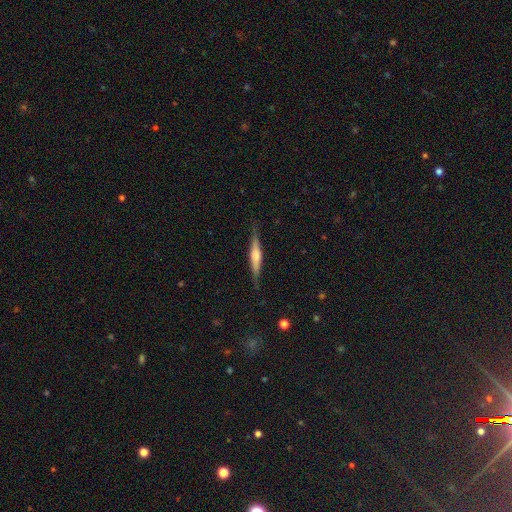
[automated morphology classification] This is possibly a featured or disk galaxy (57%). It is clearly viewed edge-on (97%). Edge-on bulge: likely rounded (66%). Merging: clearly none (85%).